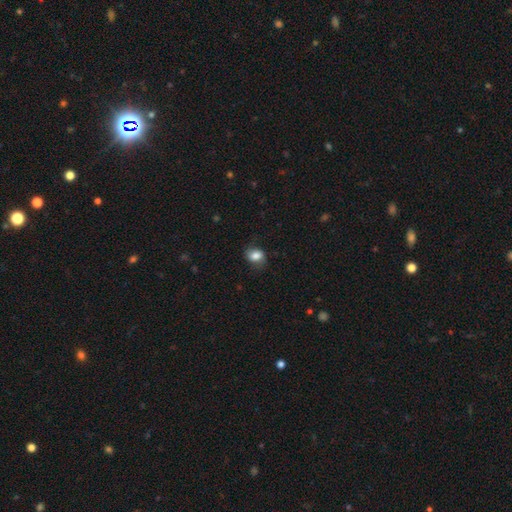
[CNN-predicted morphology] The model was most divided on "how rounded": in between: 63%, round: 36%, cigar-shaped: 1%. More confident: smooth or featured — smooth (78%); merging — none (72%).